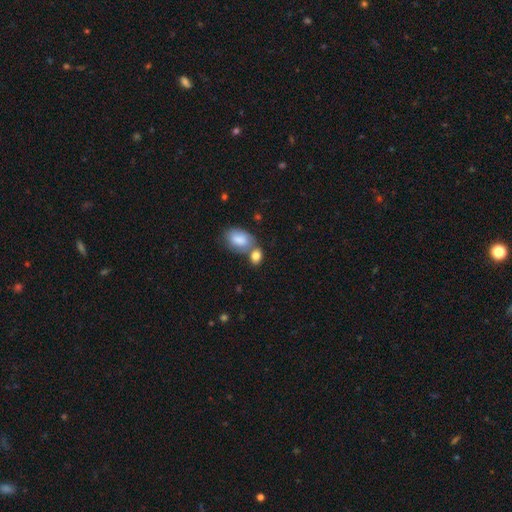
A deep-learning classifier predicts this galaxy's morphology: smooth-or-featured: smooth: 83% | featured or disk: 9% | star or artifact: 8%
  how-rounded: in between: 76% | round: 22% | cigar-shaped: 2%
  merging: none: 42% | merger: 39% | minor disturbance: 13% | major disturbance: 5%